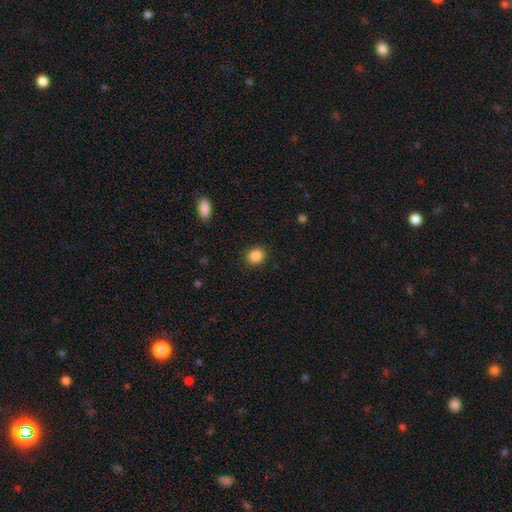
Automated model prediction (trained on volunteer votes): Smooth or featured?
  - smooth: 87% *
  - star or artifact: 10%
  - featured or disk: 4%
How rounded?
  - round: 75% *
  - in between: 24%
  - cigar-shaped: 1%
Merging?
  - none: 90% *
  - minor disturbance: 7%
  - major disturbance: 2%
  - merger: 1%